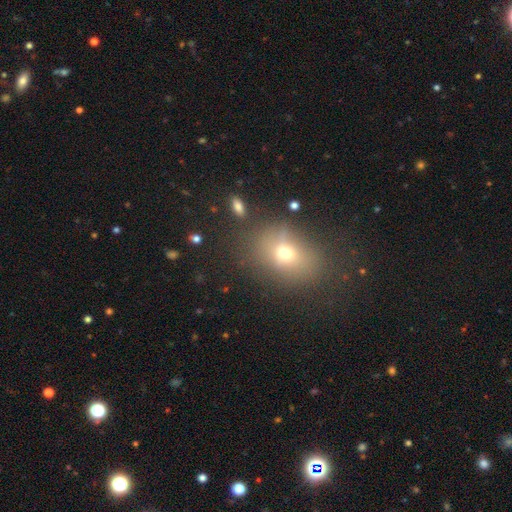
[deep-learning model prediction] Q: Smooth or featured?
A: smooth (64%); runner-up: star or artifact (24%)
Q: How rounded?
A: in between (62%); runner-up: round (36%)
Q: Merging?
A: none (81%); runner-up: minor disturbance (11%)